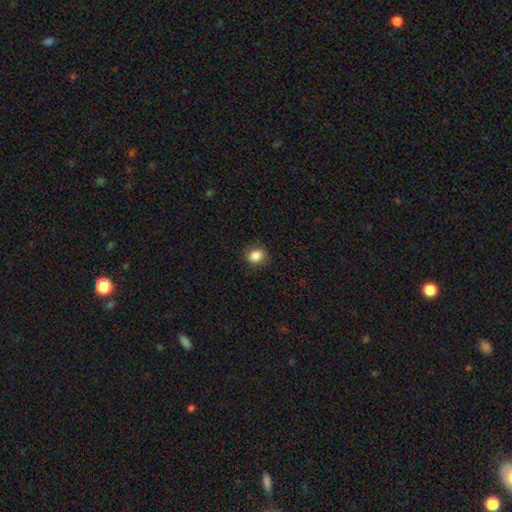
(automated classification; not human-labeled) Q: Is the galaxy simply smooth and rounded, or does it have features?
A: smooth — 86%.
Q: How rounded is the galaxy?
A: round — 61%.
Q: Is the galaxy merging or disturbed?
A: none — 87%.